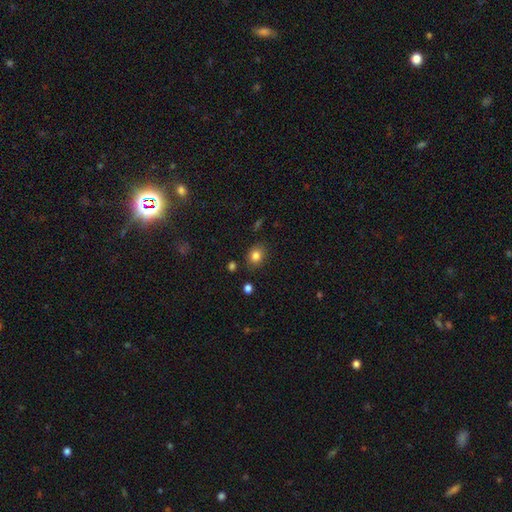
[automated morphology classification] Smooth or featured? smooth (82%)
How rounded? round (50%)
Merging? none (85%)